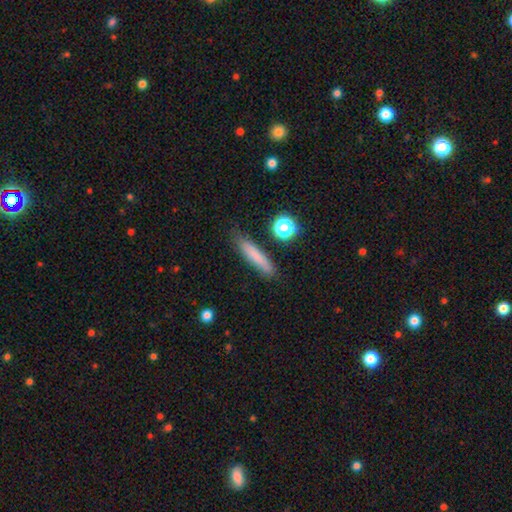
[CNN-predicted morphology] A smooth galaxy with no disk features (78%) that is cigar-shaped (88%). Merging: none (83%).